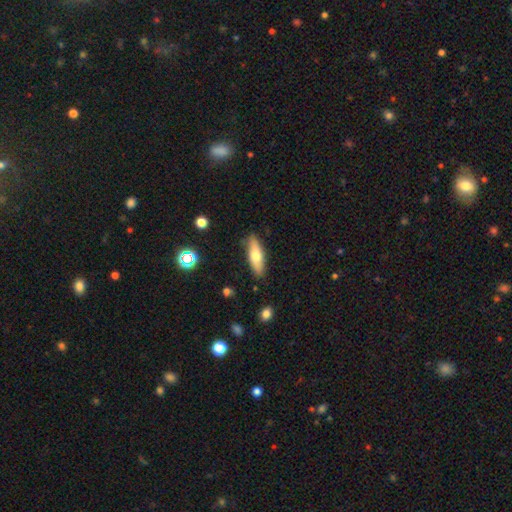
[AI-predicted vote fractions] Smooth or featured?
  - smooth: 66% *
  - featured or disk: 28%
  - star or artifact: 6%
How rounded?
  - in between: 51% *
  - cigar-shaped: 47%
  - round: 2%
Merging?
  - none: 85% *
  - minor disturbance: 11%
  - major disturbance: 2%
  - merger: 2%